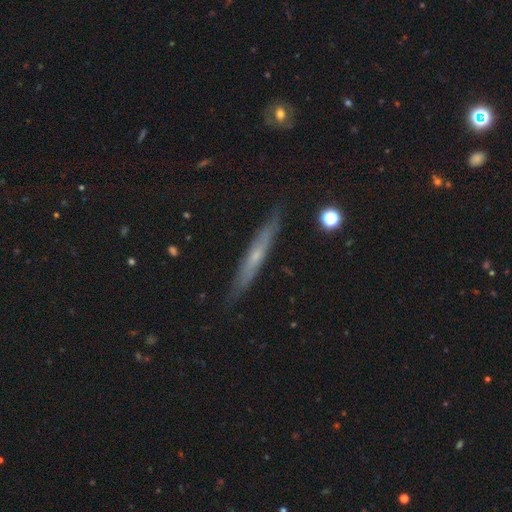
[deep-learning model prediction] smooth_or_featured: featured or disk (p=0.60) [alt: smooth p=0.33]
disk_edge_on: yes (p=0.91) [alt: no p=0.09]
edge_on_bulge: none (p=0.50) [alt: rounded p=0.47]
merging: none (p=0.87) [alt: minor disturbance p=0.10]